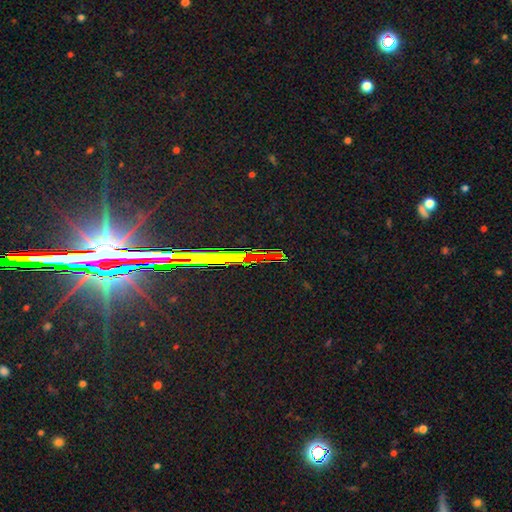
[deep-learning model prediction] A star or artifact, not a galaxy (80%).

Vote fractions:
- Smooth or featured? star or artifact: 80% / featured or disk: 12% / smooth: 8%